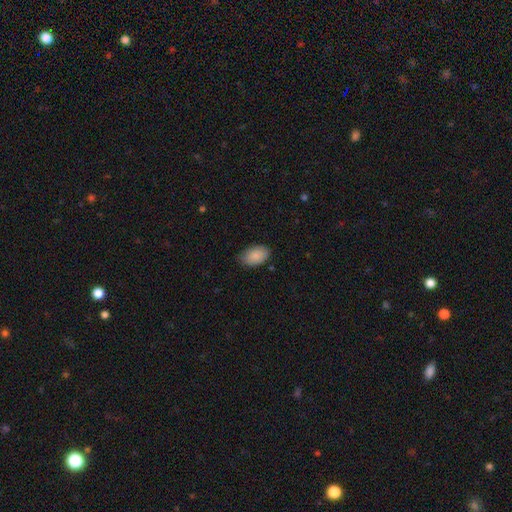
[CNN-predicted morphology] This appears to be a smooth galaxy with no disk features (88%) that is in between round and cigar-shaped (93%). Merging: none (76%).